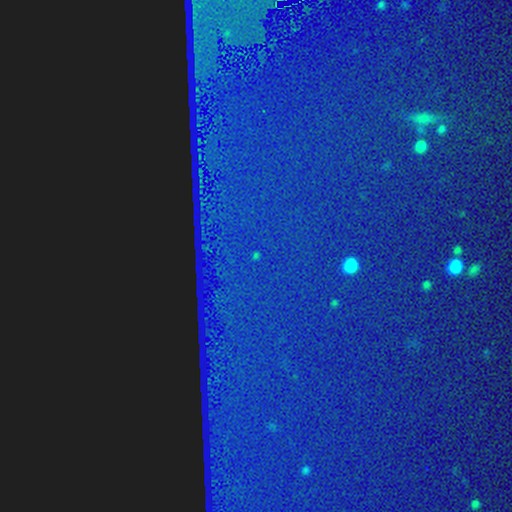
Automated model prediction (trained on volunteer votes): A star or artifact, not a galaxy (85%).

Vote fractions:
- Smooth or featured? star or artifact: 85% / smooth: 8% / featured or disk: 7%